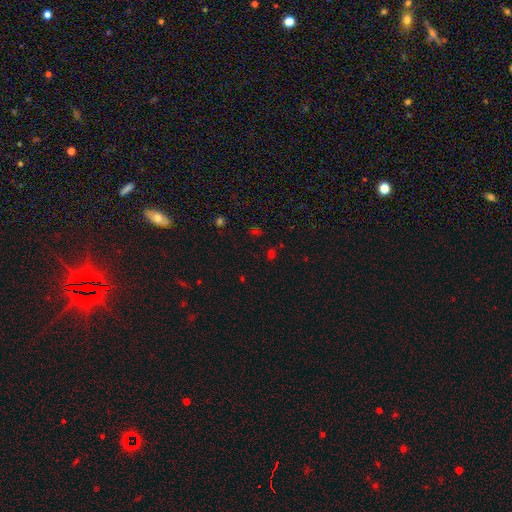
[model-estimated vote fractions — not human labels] This is possibly a star or artifact rather than a galaxy (50%).